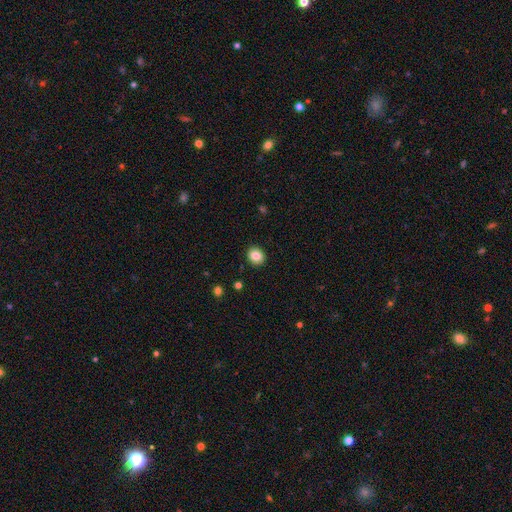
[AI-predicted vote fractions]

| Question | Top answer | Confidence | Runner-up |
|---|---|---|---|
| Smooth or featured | smooth | 84% | star or artifact (9%) |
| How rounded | round | 73% | in between (26%) |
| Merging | none | 91% | minor disturbance (6%) |